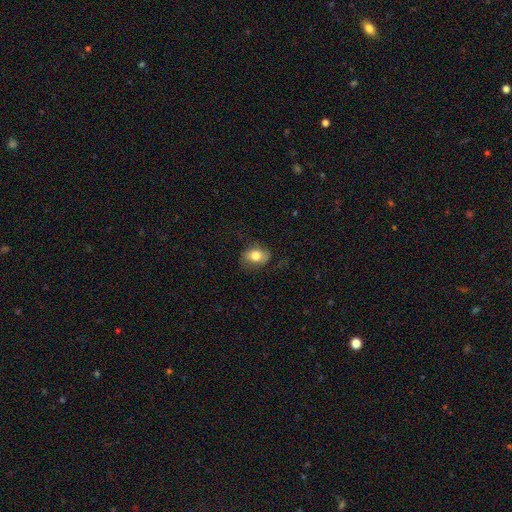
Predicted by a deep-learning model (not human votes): This is likely a smooth galaxy (71%). How rounded: likely in between (75%). Merging: likely none (71%).